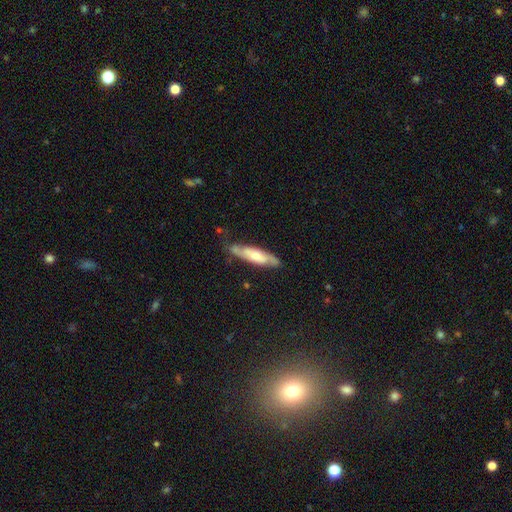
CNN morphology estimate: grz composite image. It shows a featured or disk galaxy (57%). Merging: none (71%).